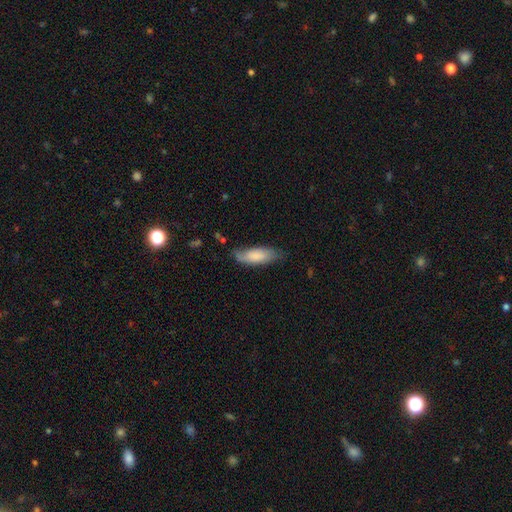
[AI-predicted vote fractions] Morphology: type=smooth (74%); roundness=in between (68%); merging=none (61%).